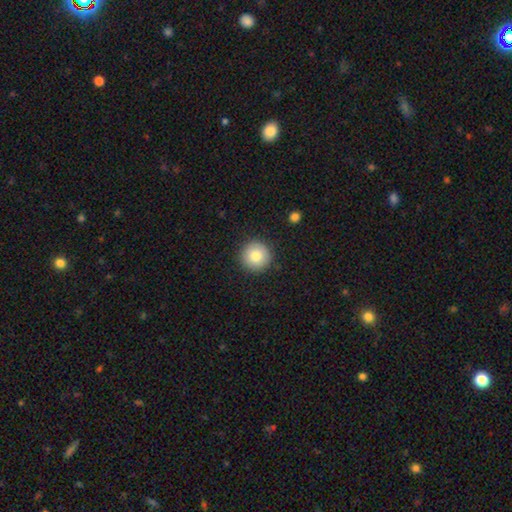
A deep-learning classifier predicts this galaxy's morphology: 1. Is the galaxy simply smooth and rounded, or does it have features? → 81% smooth, 10% featured or disk, 9% star or artifact.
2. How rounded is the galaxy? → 96% round, 3% in between, 1% cigar-shaped.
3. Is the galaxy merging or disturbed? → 91% none, 6% minor disturbance, 2% major disturbance, 1% merger.